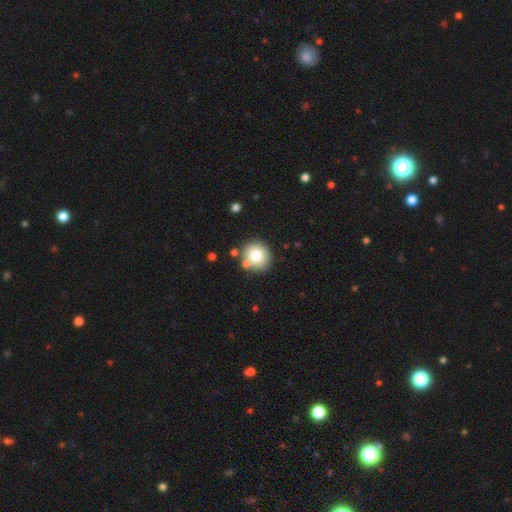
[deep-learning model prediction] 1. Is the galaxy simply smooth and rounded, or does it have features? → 77% smooth, 12% featured or disk, 10% star or artifact.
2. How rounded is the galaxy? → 87% round, 12% in between, 1% cigar-shaped.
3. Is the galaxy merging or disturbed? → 76% none, 11% merger, 10% minor disturbance, 3% major disturbance.